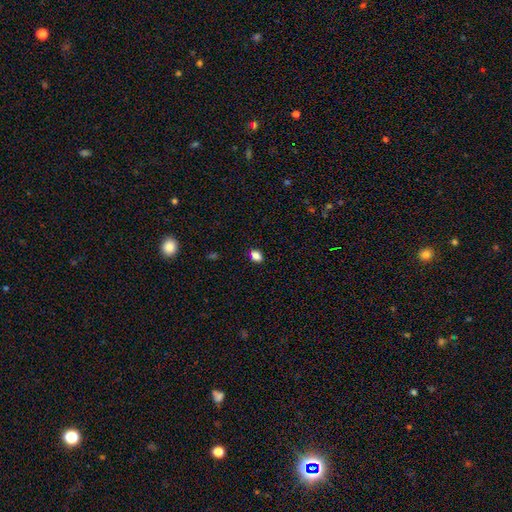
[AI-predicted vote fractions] Q: Smooth or featured?
A: smooth (84%); runner-up: star or artifact (12%)
Q: How rounded?
A: in between (70%); runner-up: round (29%)
Q: Merging?
A: none (87%); runner-up: minor disturbance (9%)